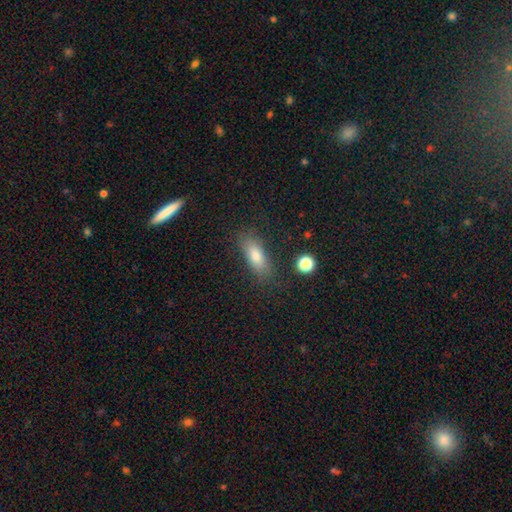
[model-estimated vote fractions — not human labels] This is likely a smooth galaxy (77%). How rounded: likely in between (68%). Merging: likely none (80%).